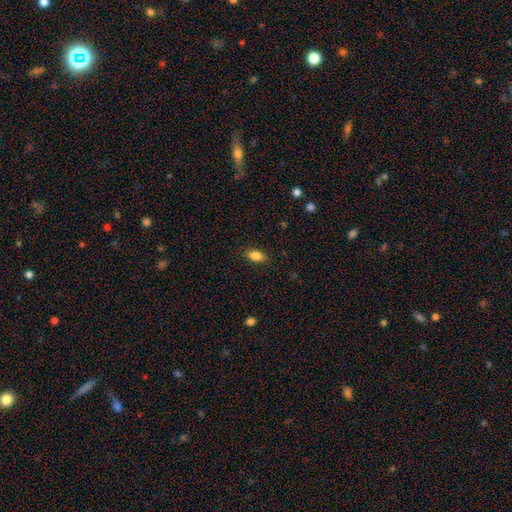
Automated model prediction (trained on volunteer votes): A smooth galaxy with no disk features (84%) that is in between round and cigar-shaped (88%). Merging: none (87%).